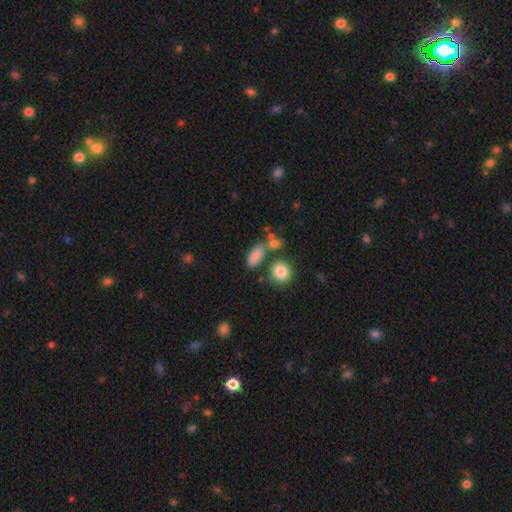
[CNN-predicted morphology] This appears to be a smooth galaxy with no disk features (83%) that is in between round and cigar-shaped (80%). Merging: none (61%).